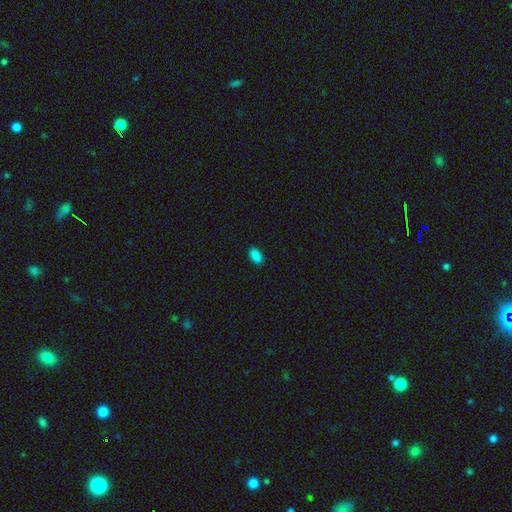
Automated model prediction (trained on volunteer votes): smooth_or_featured: smooth (p=0.87) [alt: star or artifact p=0.10]
how_rounded: in between (p=0.93) [alt: round p=0.05]
merging: none (p=0.89) [alt: minor disturbance p=0.08]